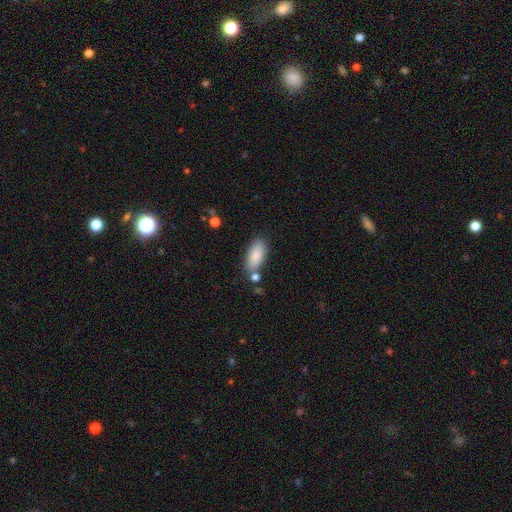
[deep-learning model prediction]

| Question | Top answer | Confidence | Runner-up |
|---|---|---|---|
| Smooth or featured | smooth | 85% | featured or disk (9%) |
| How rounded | in between | 87% | cigar-shaped (10%) |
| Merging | none | 73% | minor disturbance (14%) |